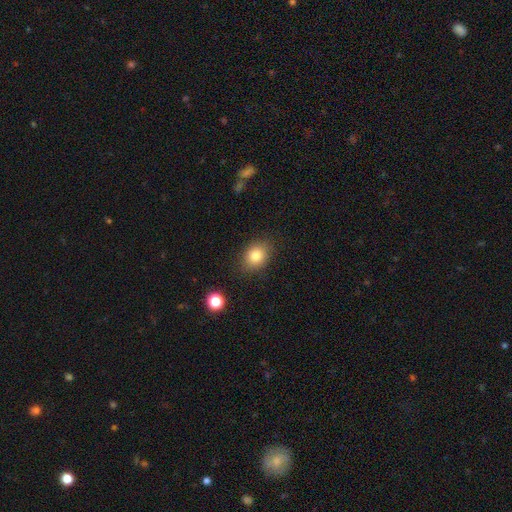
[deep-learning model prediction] smooth_or_featured: smooth (p=0.82) [alt: star or artifact p=0.10]
how_rounded: in between (p=0.57) [alt: round p=0.42]
merging: none (p=0.84) [alt: minor disturbance p=0.11]